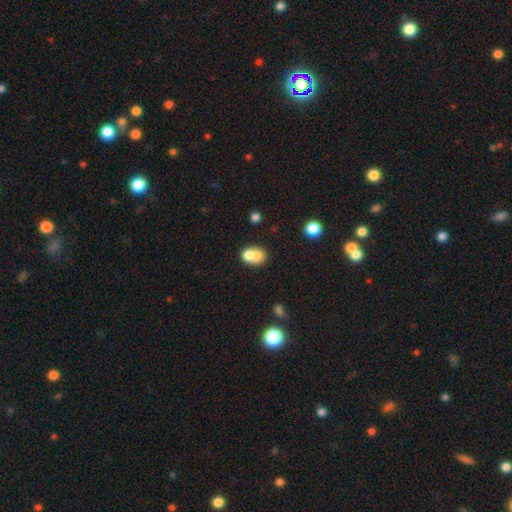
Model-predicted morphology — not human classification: smooth 70%, featured or disk 20%, star or artifact 10%. Down the decision tree: how rounded — round (59%); merging — merger (62%).